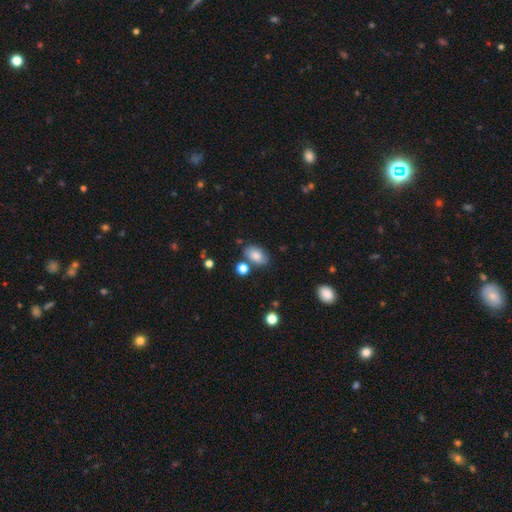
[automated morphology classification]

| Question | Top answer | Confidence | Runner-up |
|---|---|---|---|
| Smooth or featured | smooth | 81% | featured or disk (10%) |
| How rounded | in between | 88% | round (11%) |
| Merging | none | 73% | minor disturbance (15%) |